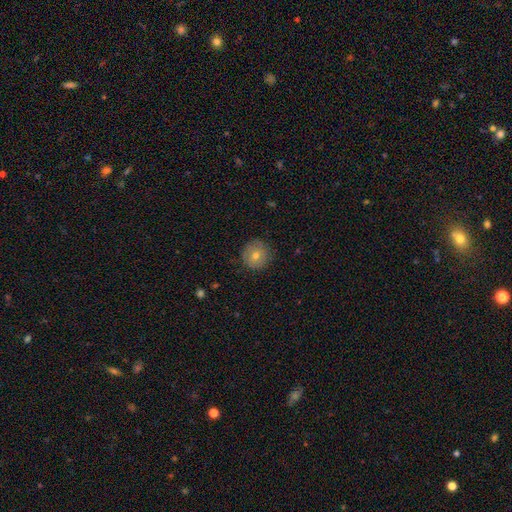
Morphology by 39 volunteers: smooth_or_featured: smooth (p=0.77) [alt: featured or disk p=0.18]
how_rounded: round (p=1.00)
merging: none (p=0.89) [alt: minor disturbance p=0.08]